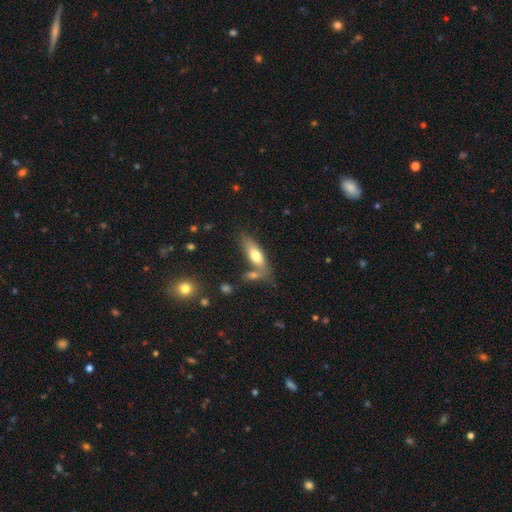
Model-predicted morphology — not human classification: This is likely a smooth galaxy (68%). How rounded: possibly in between (60%). Merging: possibly none (59%).